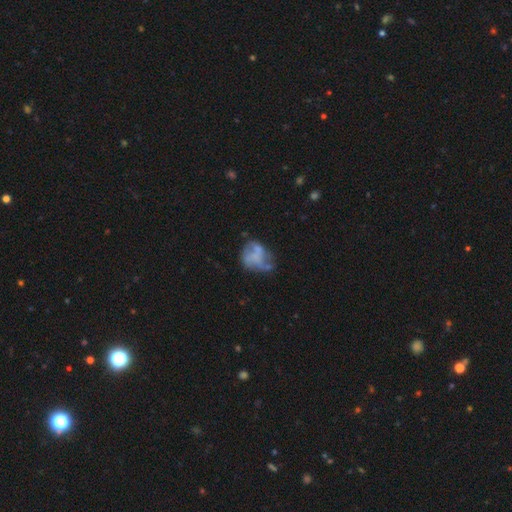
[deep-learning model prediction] The model was most divided on "merging": none: 37%, major disturbance: 29%, minor disturbance: 25%, merger: 9%. Remaining: smooth or featured — featured or disk (50%).